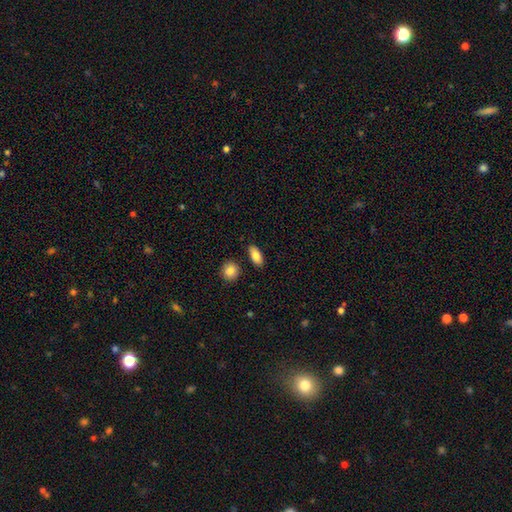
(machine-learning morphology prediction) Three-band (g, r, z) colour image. It shows a smooth galaxy with no disk features (84%) that is in between round and cigar-shaped (87%). Merging: none (85%).